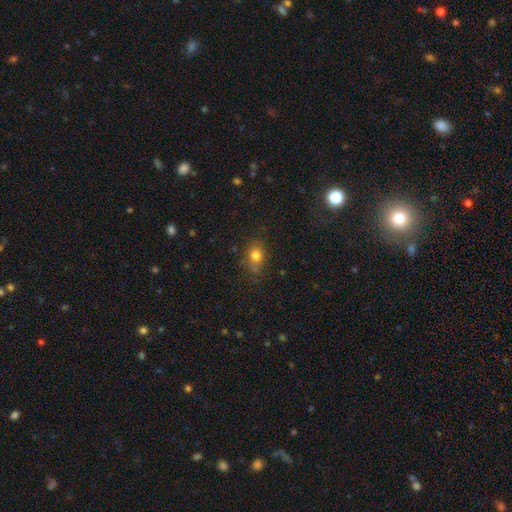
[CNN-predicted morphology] The model was most divided on "how rounded": in between: 57%, round: 41%, cigar-shaped: 2%. More confident: smooth or featured — smooth (78%); merging — none (71%).